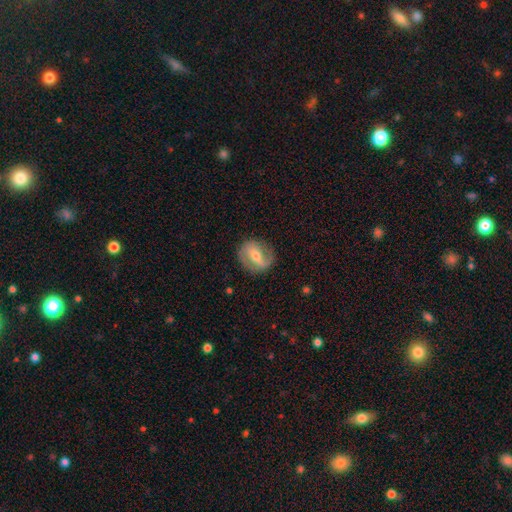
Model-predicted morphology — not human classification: Q: Smooth or featured?
A: featured or disk (68%); runner-up: smooth (26%)
Q: Edge-on disk?
A: no (95%); runner-up: yes (5%)
Q: Bar?
A: strong (46%); runner-up: weak (37%)
Q: Spiral arms?
A: yes (76%); runner-up: no (24%)
Q: Bulge size?
A: moderate (57%); runner-up: small (38%)
Q: Merging?
A: none (81%); runner-up: minor disturbance (13%)